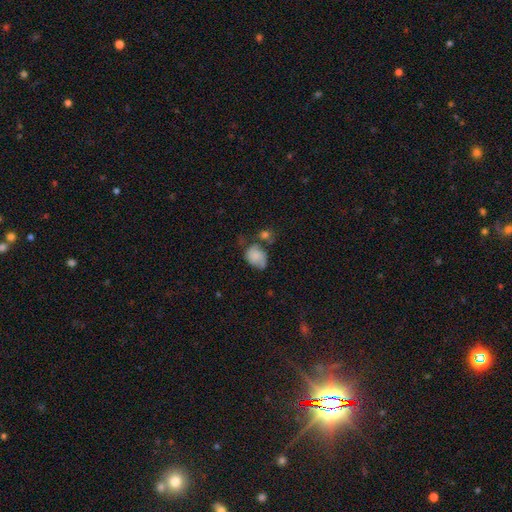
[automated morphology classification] Q: Smooth or featured?
A: smooth (65%); runner-up: featured or disk (25%)
Q: How rounded?
A: in between (63%); runner-up: round (36%)
Q: Merging?
A: none (33%); runner-up: minor disturbance (30%)